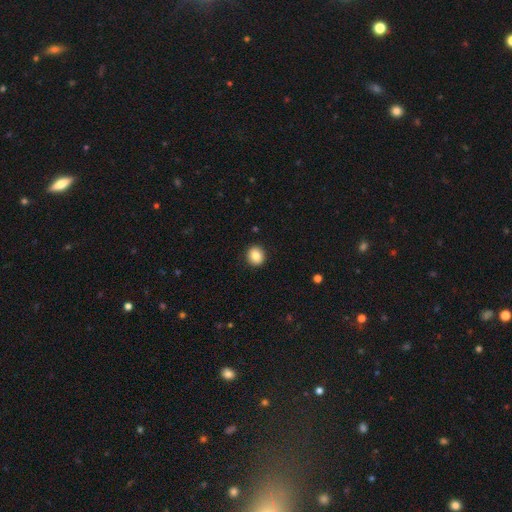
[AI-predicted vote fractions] This appears to be a smooth galaxy with no disk features (86%) that is round (84%). Merging: none (92%).